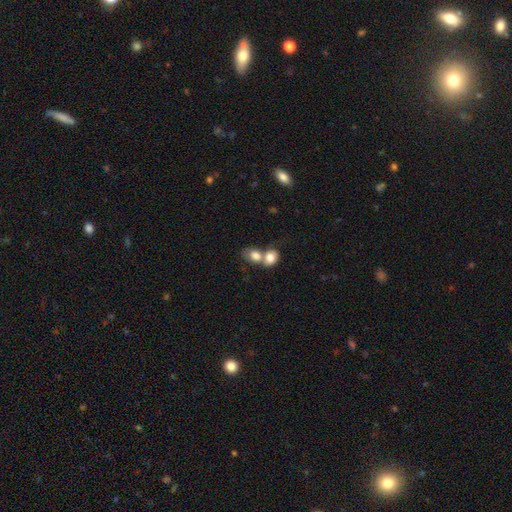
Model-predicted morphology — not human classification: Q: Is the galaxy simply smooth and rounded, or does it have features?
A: smooth — 78%.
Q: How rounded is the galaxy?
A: in between — 57%.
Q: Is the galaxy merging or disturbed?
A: merger — 72%.